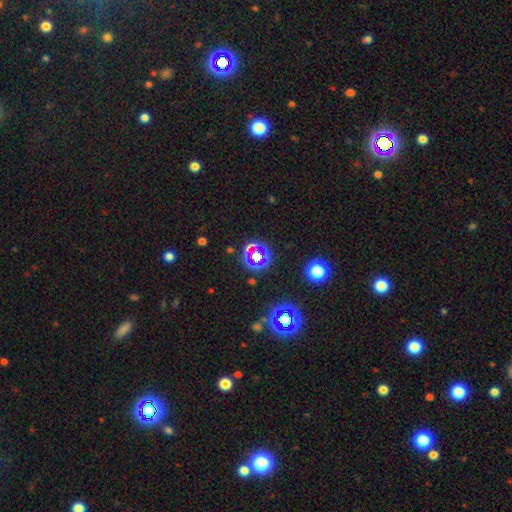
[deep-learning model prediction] This is likely a star or artifact rather than a galaxy (63%).